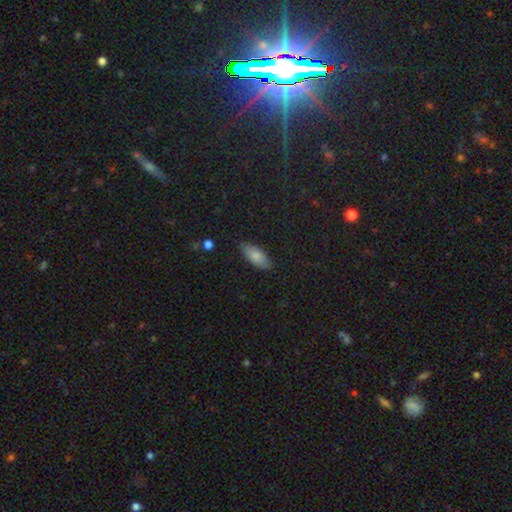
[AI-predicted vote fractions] Smooth or featured: smooth — 84% (featured or disk — 10%)
How rounded: in between — 81% (cigar-shaped — 17%)
Merging: none — 83% (minor disturbance — 13%)